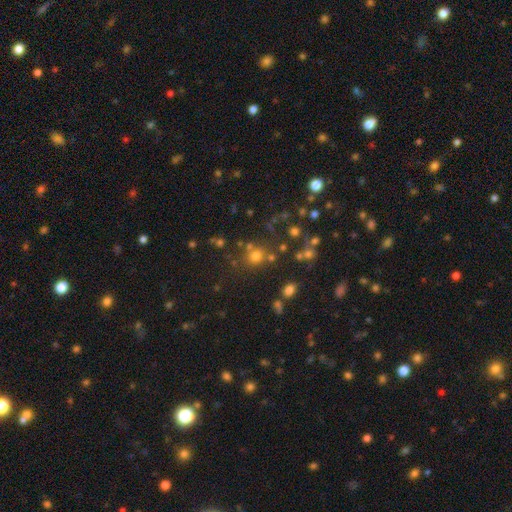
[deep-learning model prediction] Smooth or featured: smooth — 68% (star or artifact — 23%)
How rounded: round — 87% (in between — 12%)
Merging: none — 72% (merger — 13%)